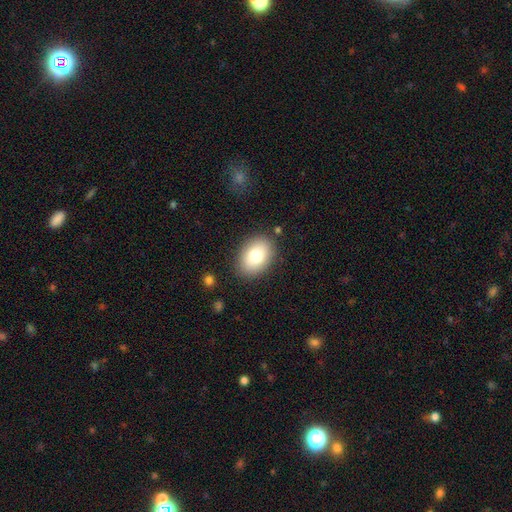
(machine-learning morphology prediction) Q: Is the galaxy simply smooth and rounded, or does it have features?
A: smooth — 79%.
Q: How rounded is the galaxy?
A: in between — 79%.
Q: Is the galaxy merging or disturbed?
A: none — 85%.